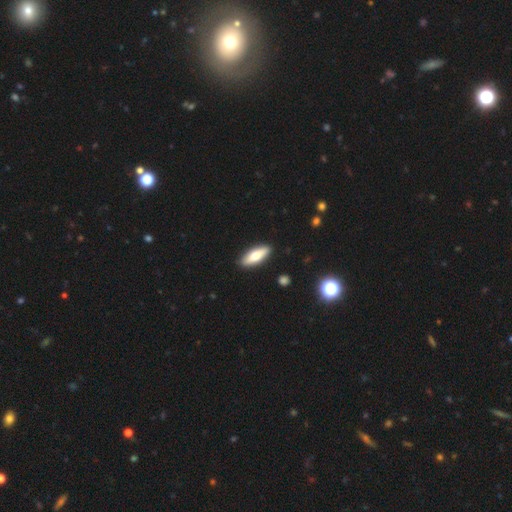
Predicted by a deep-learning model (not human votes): Smooth or featured? smooth (70%)
How rounded? in between (59%)
Merging? none (89%)